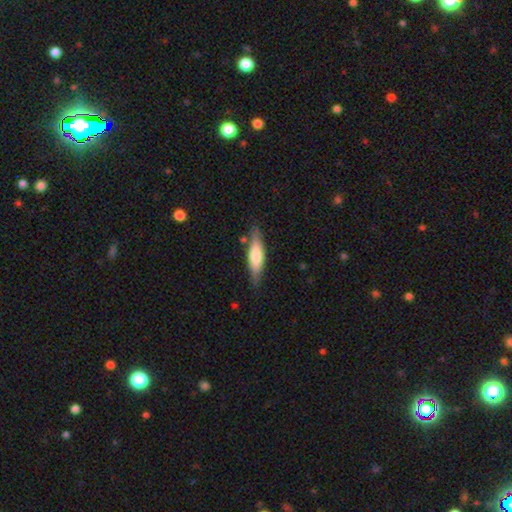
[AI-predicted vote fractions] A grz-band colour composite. It shows a smooth galaxy with no disk features (63%) that is cigar-shaped (64%). Merging: none (79%).